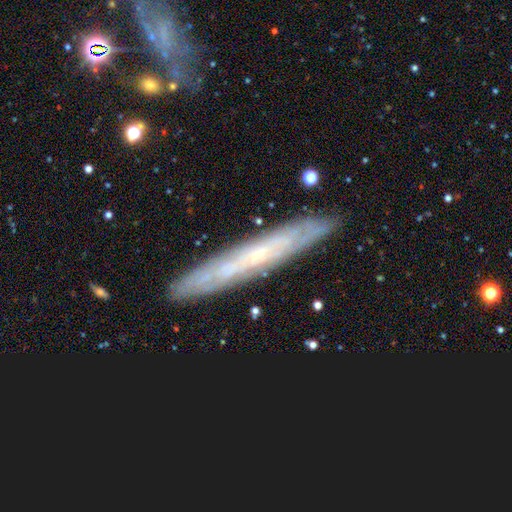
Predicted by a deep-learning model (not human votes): featured or disk 70%, smooth 20%, star or artifact 10%. Down the decision tree: edge-on disk — yes (64%); merging — none (87%).